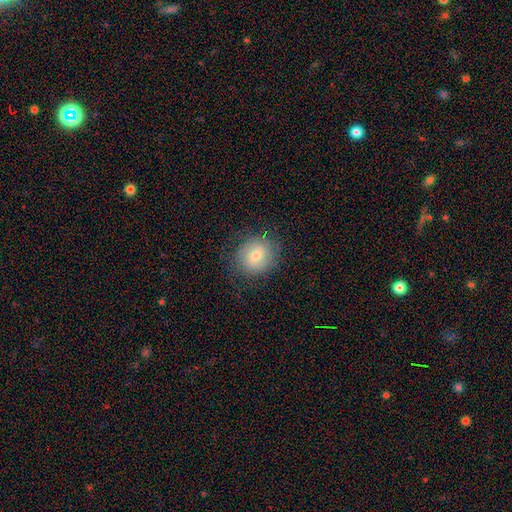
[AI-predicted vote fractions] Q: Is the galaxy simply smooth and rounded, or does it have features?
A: smooth — 69%.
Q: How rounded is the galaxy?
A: round — 81%.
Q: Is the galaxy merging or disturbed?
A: none — 80%.